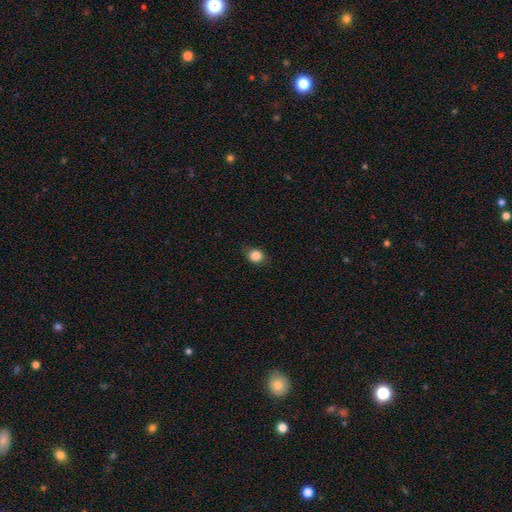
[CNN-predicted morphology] Smooth or featured? smooth (85%)
How rounded? round (64%)
Merging? none (79%)